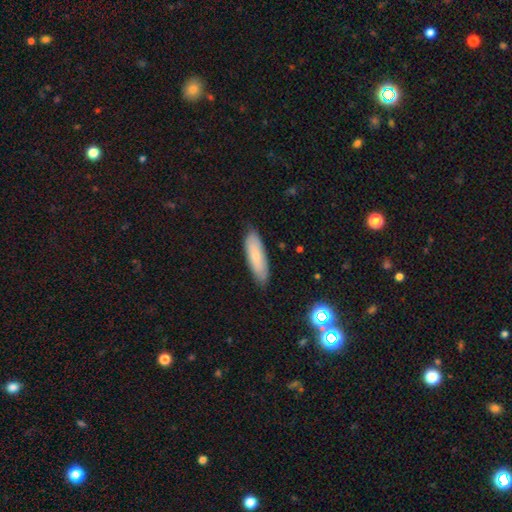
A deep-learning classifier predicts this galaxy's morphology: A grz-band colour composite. It shows a smooth galaxy with no disk features (73%) that is cigar-shaped (53%). Merging: none (84%).